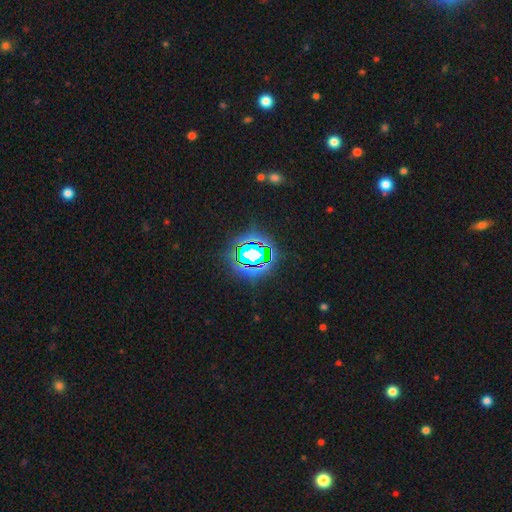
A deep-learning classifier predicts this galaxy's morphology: The model was most divided on "smooth or featured": star or artifact: 82%, smooth: 11%, featured or disk: 7%.